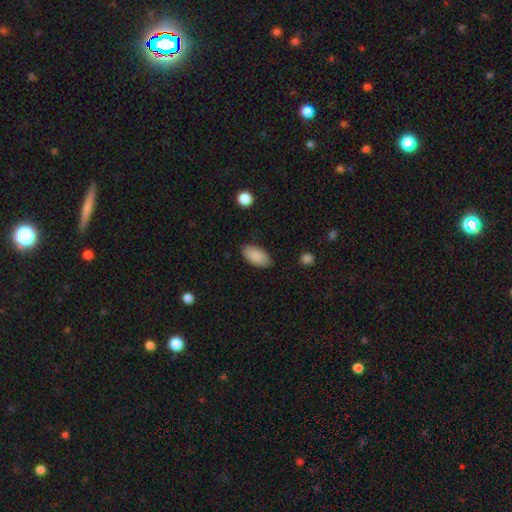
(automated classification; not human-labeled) Smooth or featured? smooth (89%)
How rounded? in between (93%)
Merging? none (84%)